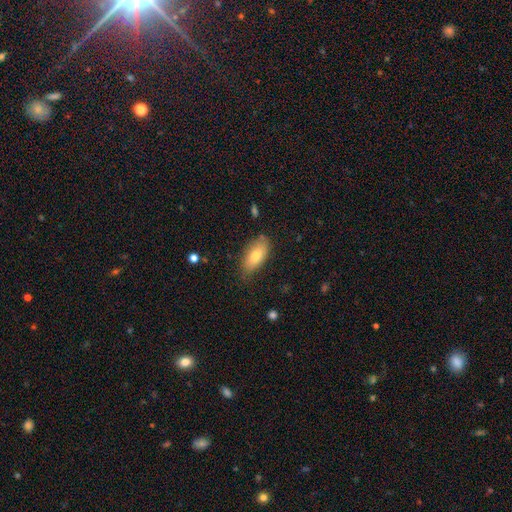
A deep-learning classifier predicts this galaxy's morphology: Q: Smooth or featured?
A: smooth (76%); runner-up: featured or disk (17%)
Q: How rounded?
A: in between (88%); runner-up: cigar-shaped (9%)
Q: Merging?
A: none (72%); runner-up: minor disturbance (22%)